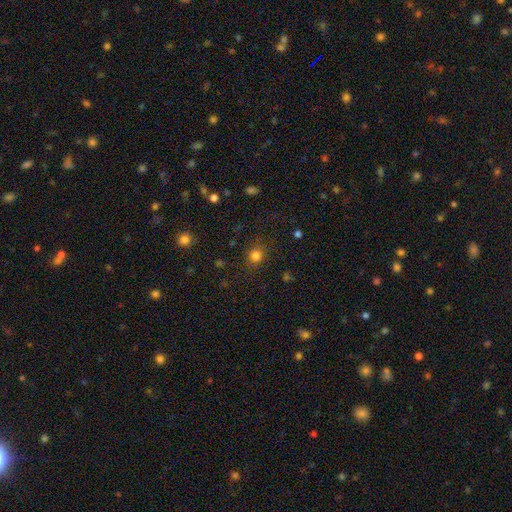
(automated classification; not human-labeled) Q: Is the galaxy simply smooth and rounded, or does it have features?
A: smooth — 80%.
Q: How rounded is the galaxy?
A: round — 86%.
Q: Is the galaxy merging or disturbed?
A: none — 84%.